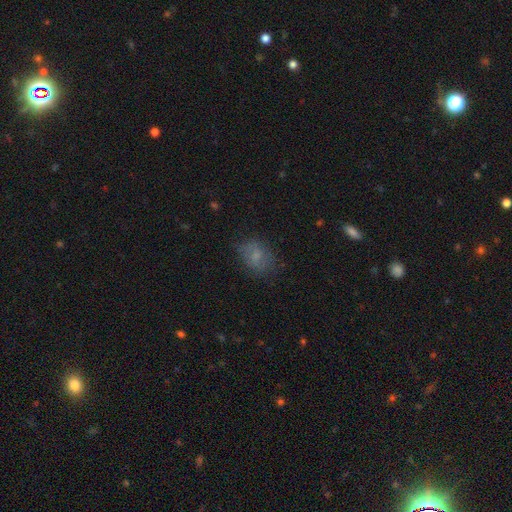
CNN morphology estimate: The model was most divided on "how rounded": in between: 65%, round: 33%, cigar-shaped: 1%. More confident: smooth or featured — smooth (70%); merging — none (67%).